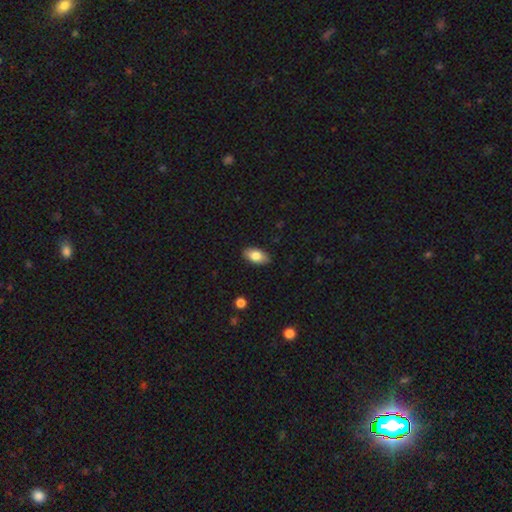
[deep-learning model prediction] Smooth or featured?
  - smooth: 81% *
  - featured or disk: 12%
  - star or artifact: 7%
How rounded?
  - in between: 93% *
  - round: 4%
  - cigar-shaped: 3%
Merging?
  - none: 89% *
  - minor disturbance: 9%
  - major disturbance: 2%
  - merger: 1%